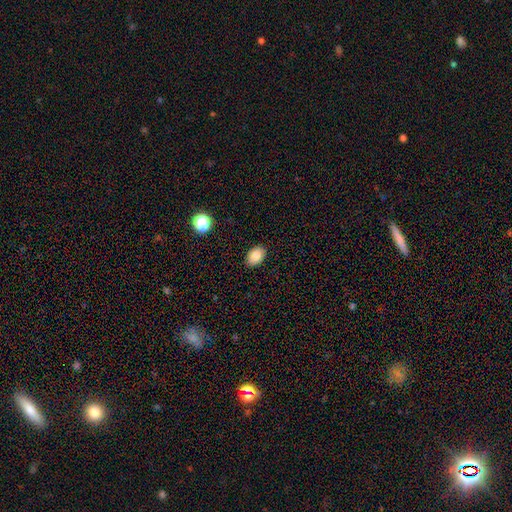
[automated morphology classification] Overall: smooth (85%). How rounded: in between (82%). Merging: none (89%).